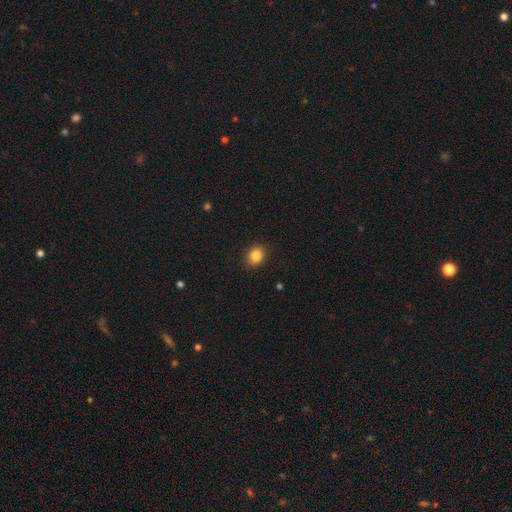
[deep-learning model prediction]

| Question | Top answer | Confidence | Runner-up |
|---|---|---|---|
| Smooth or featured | smooth | 85% | star or artifact (10%) |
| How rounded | round | 52% | in between (47%) |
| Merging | none | 89% | minor disturbance (8%) |